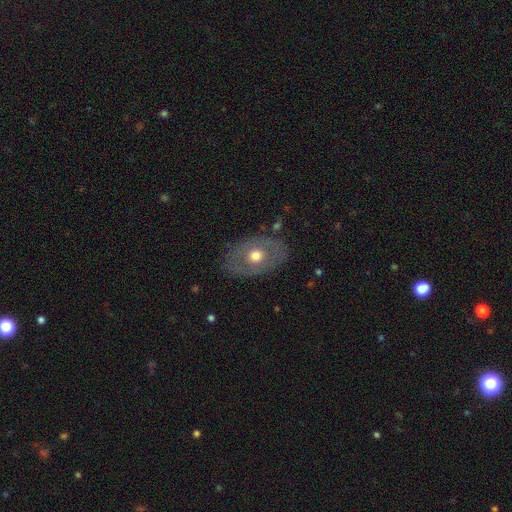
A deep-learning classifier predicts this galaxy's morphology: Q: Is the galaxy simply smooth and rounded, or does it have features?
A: smooth — 49%.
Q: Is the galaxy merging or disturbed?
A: none — 80%.